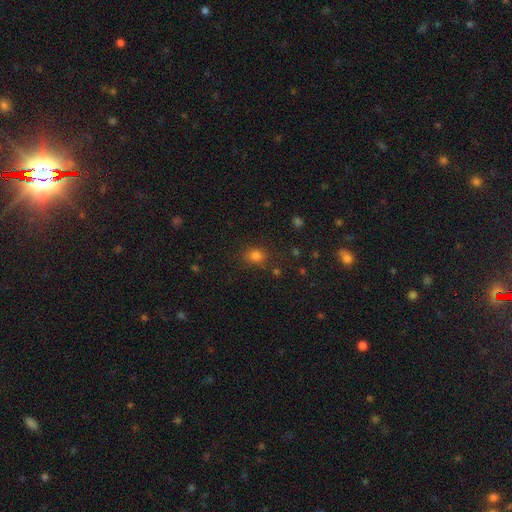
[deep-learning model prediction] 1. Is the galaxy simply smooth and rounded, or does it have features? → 79% smooth, 16% star or artifact, 5% featured or disk.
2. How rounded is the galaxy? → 73% round, 26% in between, 1% cigar-shaped.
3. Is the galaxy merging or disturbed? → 83% none, 11% minor disturbance, 4% major disturbance, 3% merger.